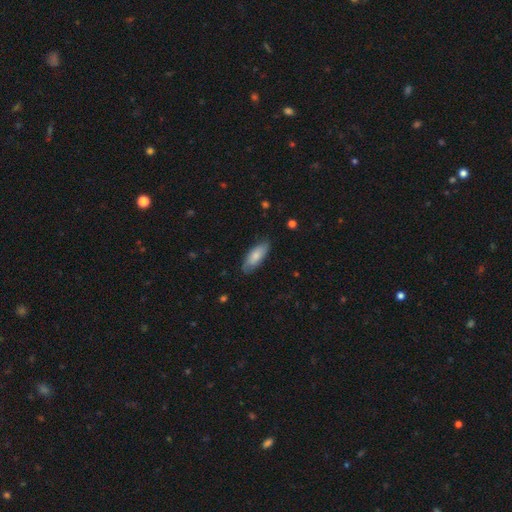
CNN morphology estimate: Smooth or featured?
  - smooth: 76% *
  - featured or disk: 18%
  - star or artifact: 6%
How rounded?
  - in between: 74% *
  - cigar-shaped: 24%
  - round: 2%
Merging?
  - none: 79% *
  - minor disturbance: 16%
  - major disturbance: 3%
  - merger: 1%